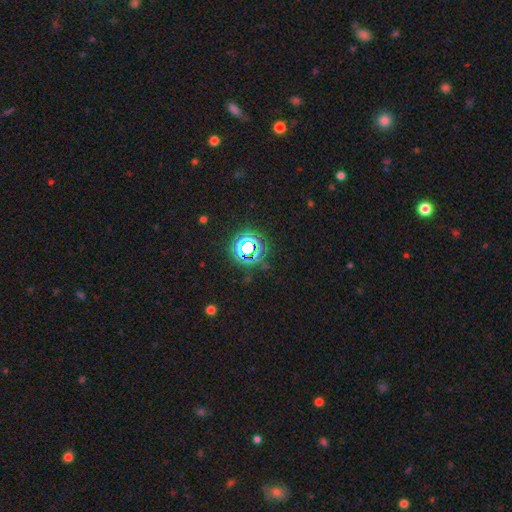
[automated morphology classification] This appears to be a star or artifact, not a galaxy (71%).